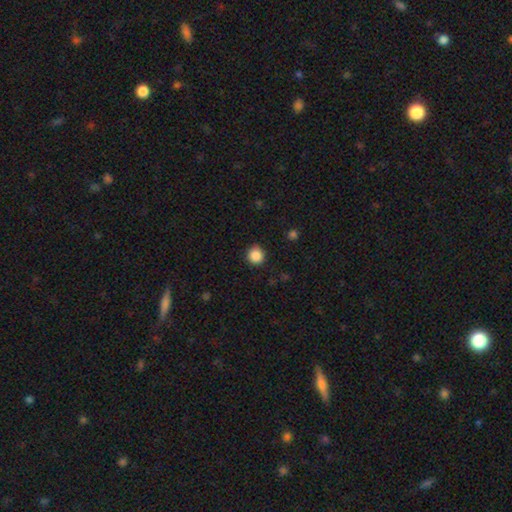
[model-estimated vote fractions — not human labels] smooth 87%, star or artifact 10%, featured or disk 3%. Down the decision tree: how rounded — round (94%); merging — none (90%).